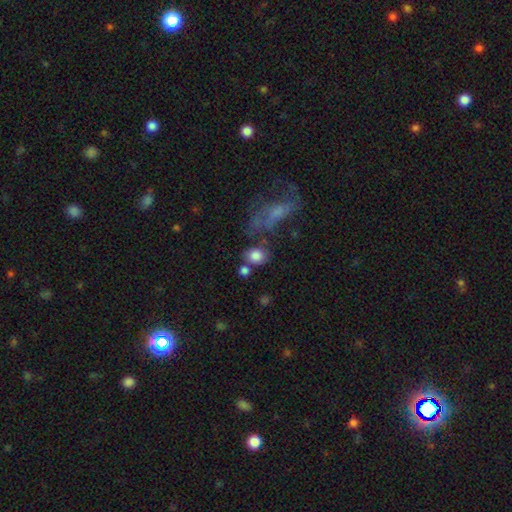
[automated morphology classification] Smooth or featured?
  - smooth: 82% *
  - star or artifact: 10%
  - featured or disk: 8%
How rounded?
  - round: 65% *
  - in between: 33%
  - cigar-shaped: 2%
Merging?
  - none: 57% *
  - merger: 22%
  - minor disturbance: 14%
  - major disturbance: 7%